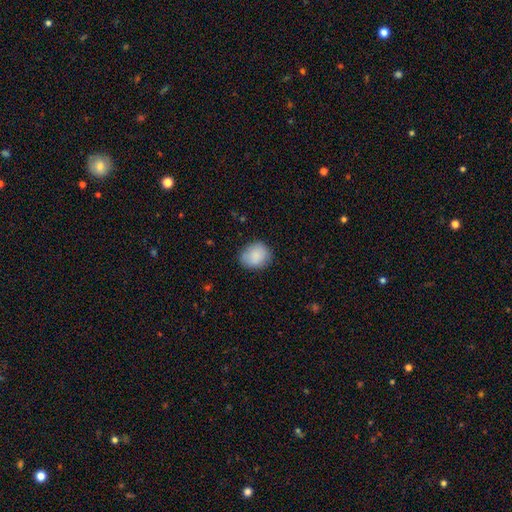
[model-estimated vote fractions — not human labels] A smooth galaxy with no disk features (87%) that is round (59%).

Vote fractions:
- Smooth or featured? smooth: 87% / star or artifact: 7% / featured or disk: 6%
- How rounded? round: 59% / in between: 40% / cigar-shaped: 1%
- Merging? none: 79% / minor disturbance: 16% / major disturbance: 4% / merger: 1%